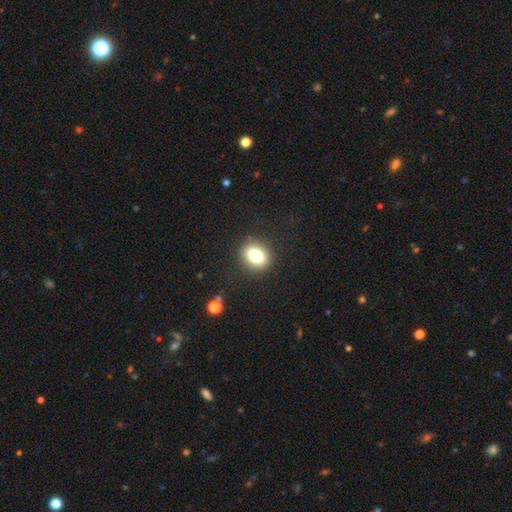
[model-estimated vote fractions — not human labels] Smooth or featured? smooth (81%)
How rounded? round (53%)
Merging? none (88%)